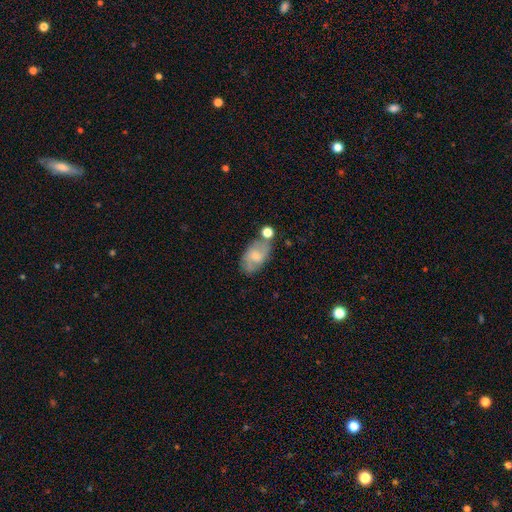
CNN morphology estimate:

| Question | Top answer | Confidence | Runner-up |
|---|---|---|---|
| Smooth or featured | smooth | 47% | featured or disk (44%) |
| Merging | none | 53% | minor disturbance (22%) |